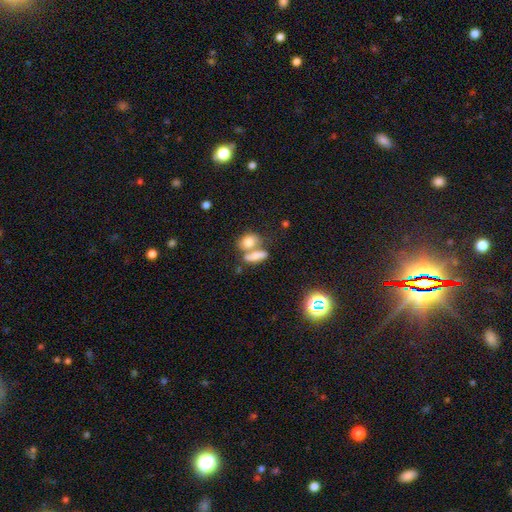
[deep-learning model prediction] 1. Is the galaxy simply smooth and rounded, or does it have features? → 72% smooth, 17% featured or disk, 11% star or artifact.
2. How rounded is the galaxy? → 70% in between, 16% cigar-shaped, 15% round.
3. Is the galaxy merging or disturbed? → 53% merger, 33% none, 9% minor disturbance, 5% major disturbance.